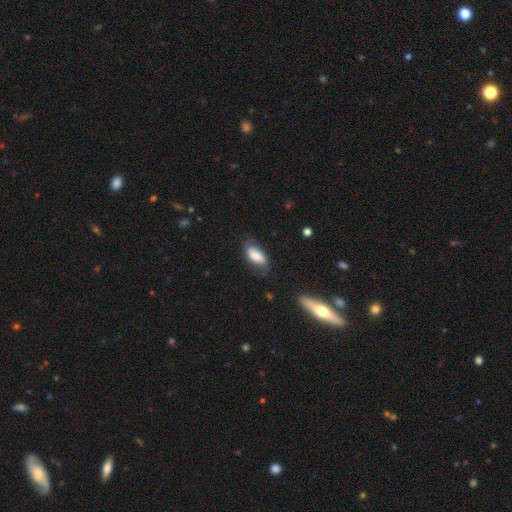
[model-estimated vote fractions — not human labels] This is likely a smooth galaxy (67%). How rounded: clearly in between (86%). Merging: likely none (62%).